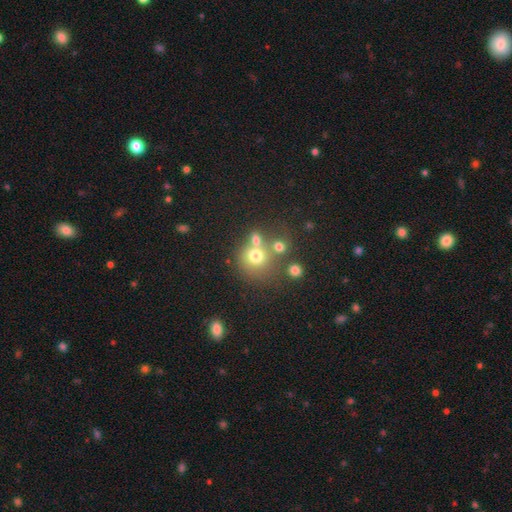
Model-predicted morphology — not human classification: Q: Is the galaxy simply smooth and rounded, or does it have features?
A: smooth — 70%.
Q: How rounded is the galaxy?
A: round — 85%.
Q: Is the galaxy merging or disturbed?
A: none — 51%.